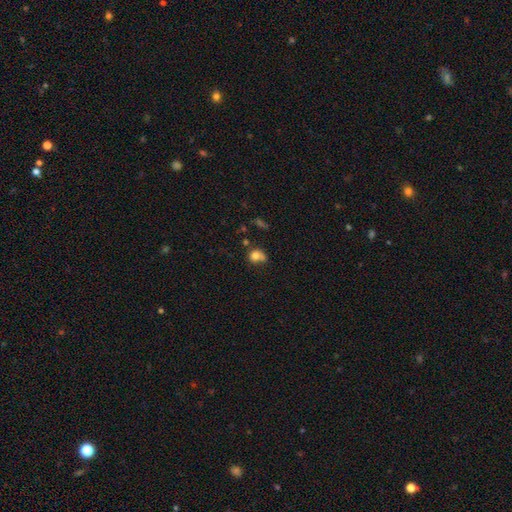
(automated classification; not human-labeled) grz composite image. It shows a smooth galaxy with no disk features (75%) that is round (68%). Merging: none (41%).